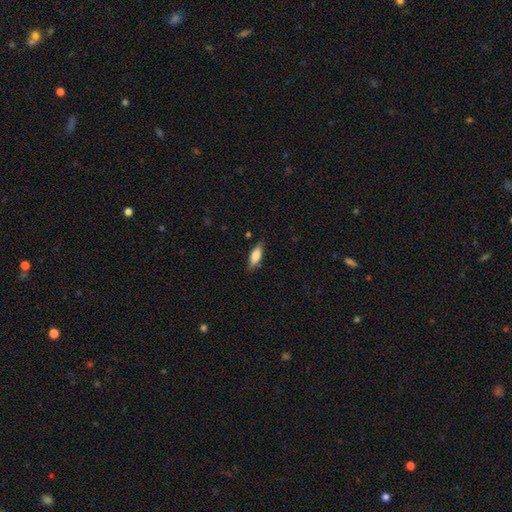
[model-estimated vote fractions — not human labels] Morphology: type=smooth (74%); roundness=in between (64%); merging=none (80%).